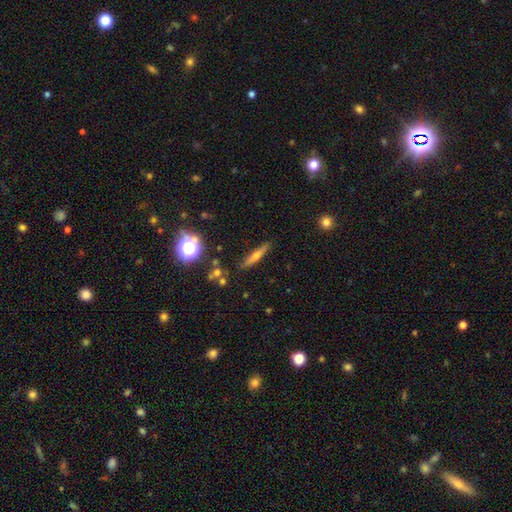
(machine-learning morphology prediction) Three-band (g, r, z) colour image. It shows a smooth galaxy with no disk features (48%). Merging: none (86%).